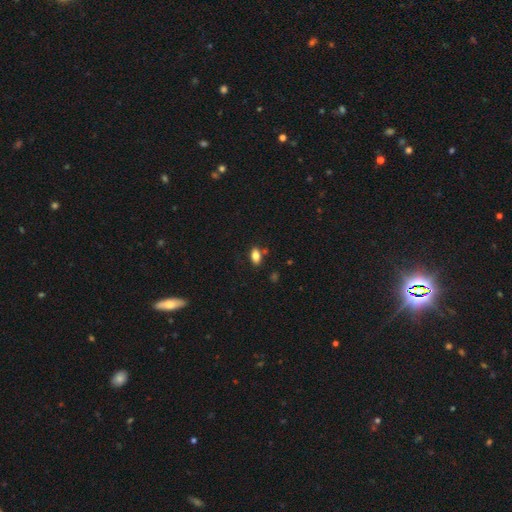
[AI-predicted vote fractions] Smooth or featured? Predicted: smooth (p=0.82). How rounded? Predicted: in between (p=0.89). Merging? Predicted: none (p=0.78).